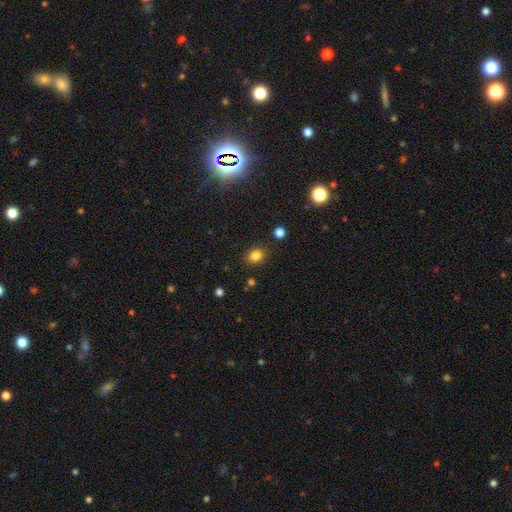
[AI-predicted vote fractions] This appears to be a smooth galaxy with no disk features (82%) that is in between round and cigar-shaped (53%). Merging: none (85%).